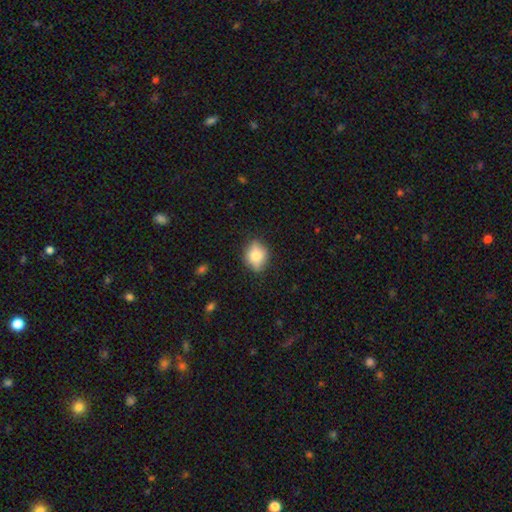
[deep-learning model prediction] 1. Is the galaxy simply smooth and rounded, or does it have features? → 71% smooth, 21% featured or disk, 9% star or artifact.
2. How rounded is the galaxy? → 49% round (tied), 49% in between (tied), 2% cigar-shaped.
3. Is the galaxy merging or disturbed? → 78% none, 17% minor disturbance, 3% major disturbance, 1% merger.